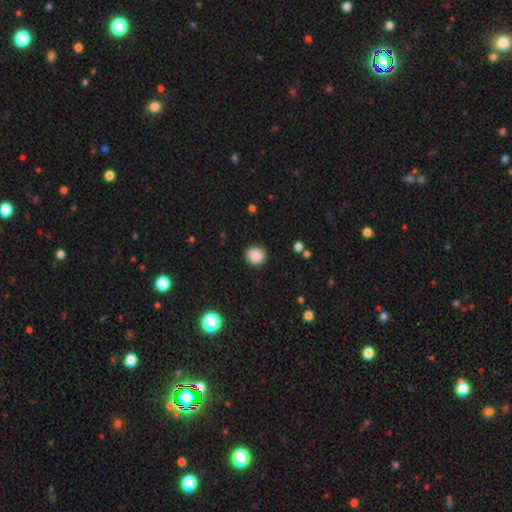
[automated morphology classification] Smooth or featured?
  - smooth: 87% *
  - star or artifact: 9%
  - featured or disk: 4%
How rounded?
  - round: 87% *
  - in between: 12%
  - cigar-shaped: 1%
Merging?
  - none: 88% *
  - minor disturbance: 9%
  - major disturbance: 2%
  - merger: 1%